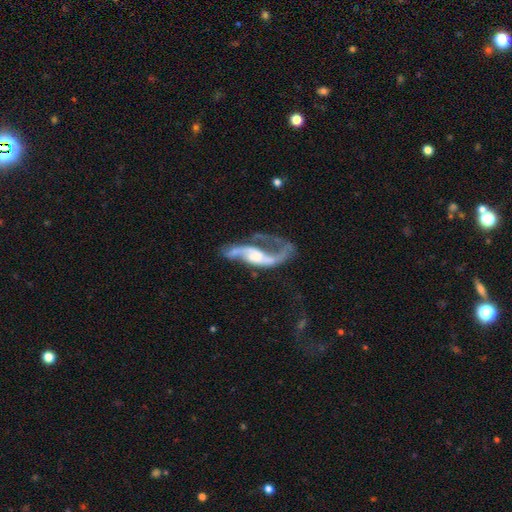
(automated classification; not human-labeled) Morphology: type=featured or disk (85%); edge-on=no (92%); bar=no (48%); spiral arms=yes (91%); winding=loose (67%); arm count=2 (79%); bulge=moderate (36%); merging=major disturbance (40%).